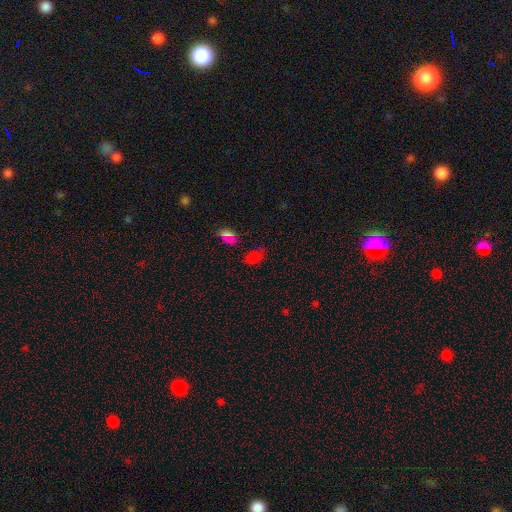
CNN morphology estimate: A smooth galaxy with no disk features (62%) that is in between round and cigar-shaped (81%). Merging: none (69%).